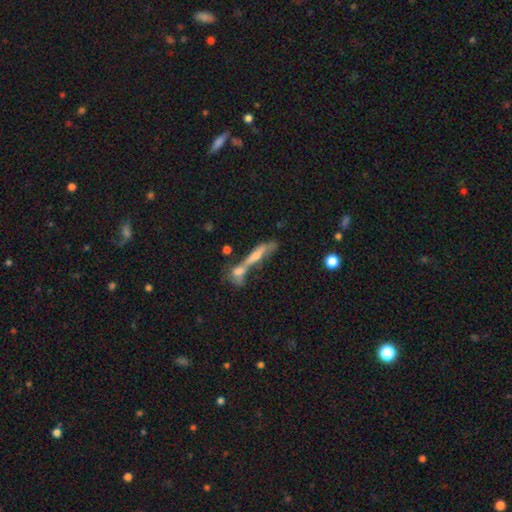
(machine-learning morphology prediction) This is possibly a featured or disk galaxy (53%). It is likely viewed edge-on (75%). Merging: marginally merger (43%).